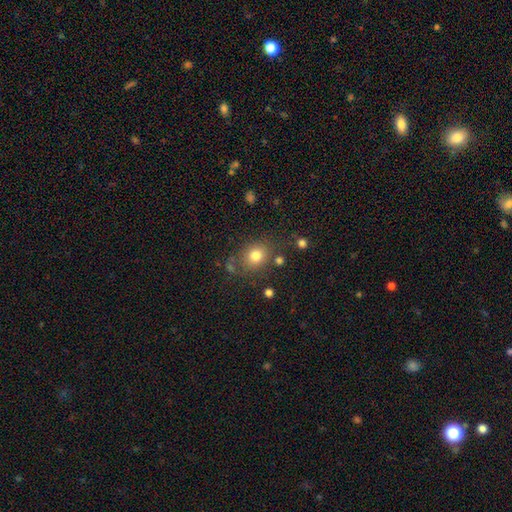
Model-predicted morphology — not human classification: This appears to be a smooth galaxy with no disk features (78%) that is round (66%). Merging: none (73%).